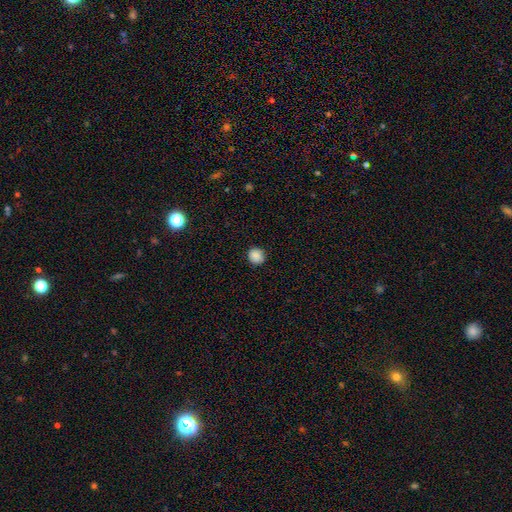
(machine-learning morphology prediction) smooth 87%, star or artifact 10%, featured or disk 3%. Down the decision tree: how rounded — round (90%); merging — none (89%).